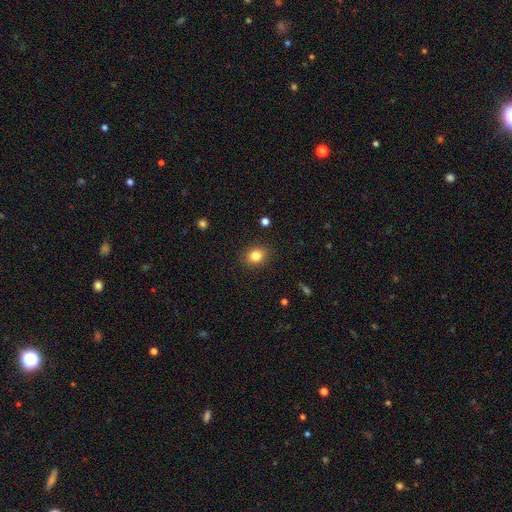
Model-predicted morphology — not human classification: This appears to be a smooth galaxy with no disk features (83%) that is round (63%). Merging: none (88%).